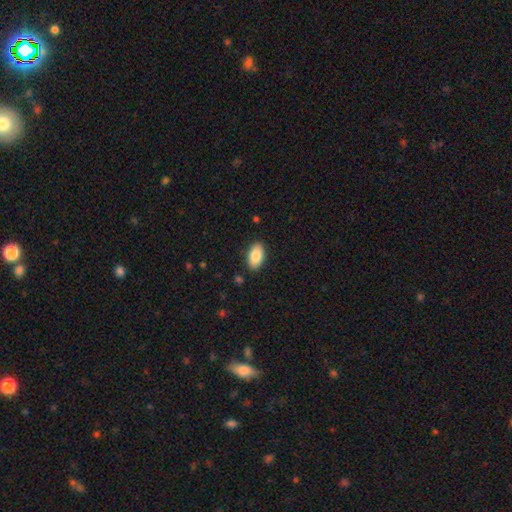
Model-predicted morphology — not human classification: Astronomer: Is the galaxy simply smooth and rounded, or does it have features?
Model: smooth — 86%.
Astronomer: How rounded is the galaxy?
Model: in between — 94%.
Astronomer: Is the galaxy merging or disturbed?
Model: none — 87%.